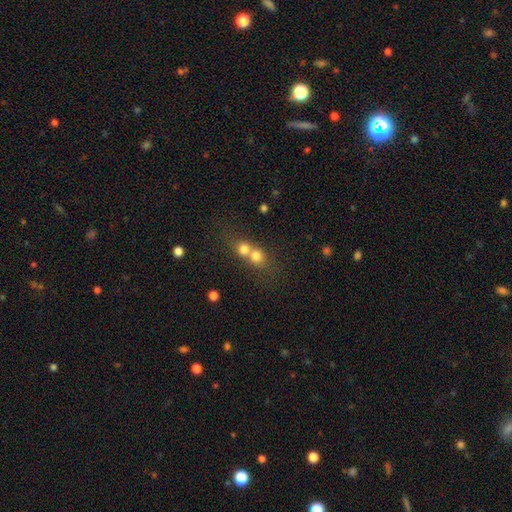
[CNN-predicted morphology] Smooth or featured? Predicted: smooth (p=0.72). How rounded? Predicted: round (p=0.76). Merging? Predicted: merger (p=0.67).